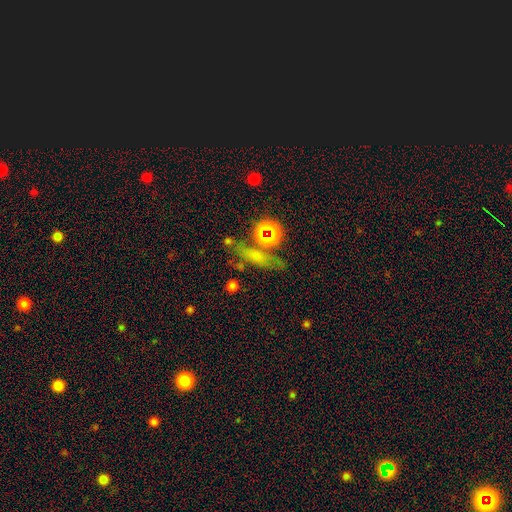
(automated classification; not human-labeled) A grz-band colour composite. It shows a smooth galaxy with no disk features (52%) that is cigar-shaped (48%). Merging: none (68%).